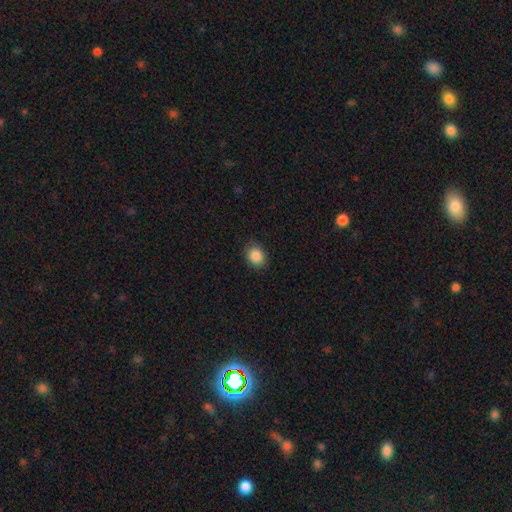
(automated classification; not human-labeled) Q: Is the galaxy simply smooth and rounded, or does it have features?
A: smooth — 88%.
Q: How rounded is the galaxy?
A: round — 51%.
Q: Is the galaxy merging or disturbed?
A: none — 86%.